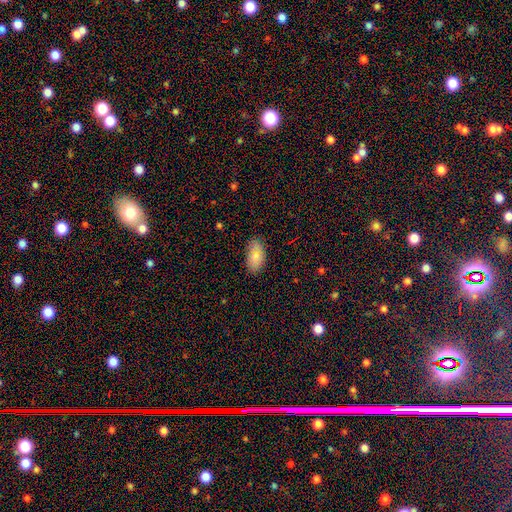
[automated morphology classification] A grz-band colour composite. It shows a smooth galaxy with no disk features (80%) that is in between round and cigar-shaped (93%). Merging: none (82%).